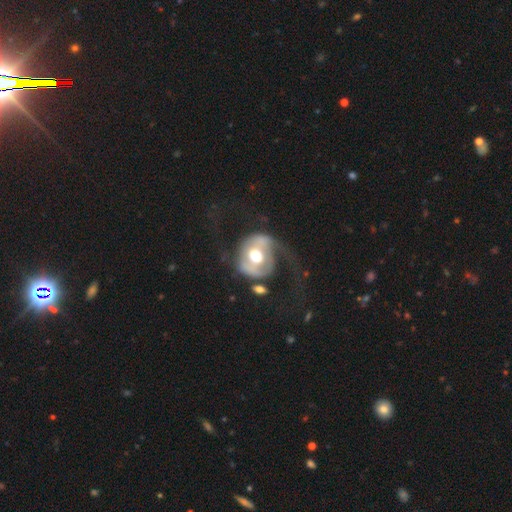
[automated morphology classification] Smooth or featured? featured or disk (62%)
Edge-on disk? no (96%)
Bar? no (60%)
Spiral arms? yes (56%)
Bulge size? moderate (62%)
Merging? major disturbance (48%)